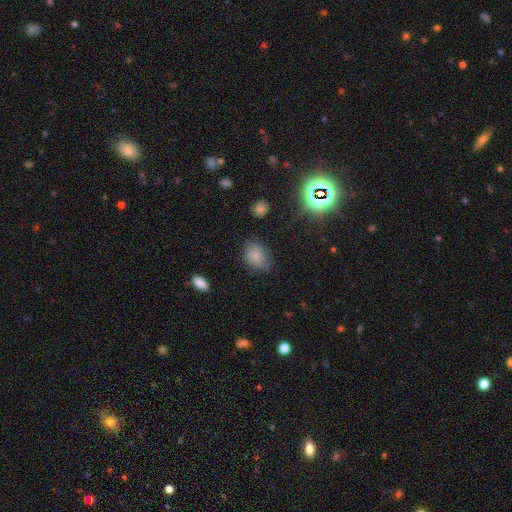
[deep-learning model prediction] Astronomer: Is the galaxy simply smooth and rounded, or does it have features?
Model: smooth — 81%.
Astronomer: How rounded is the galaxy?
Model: in between — 78%.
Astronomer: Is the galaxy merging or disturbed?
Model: none — 74%.